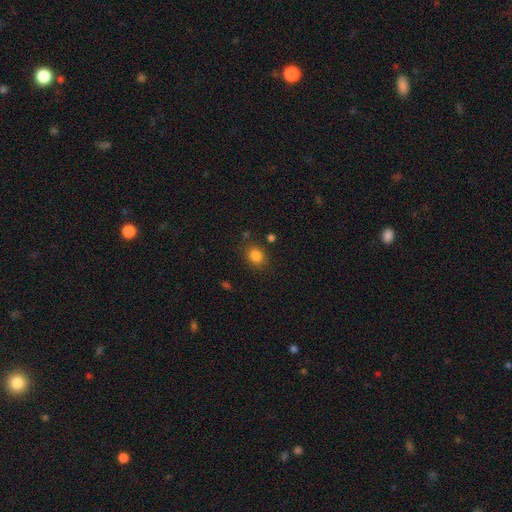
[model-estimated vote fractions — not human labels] Smooth or featured?
  - smooth: 84% *
  - star or artifact: 11%
  - featured or disk: 5%
How rounded?
  - round: 53% *
  - in between: 46%
  - cigar-shaped: 1%
Merging?
  - none: 81% *
  - minor disturbance: 11%
  - major disturbance: 4%
  - merger: 4%